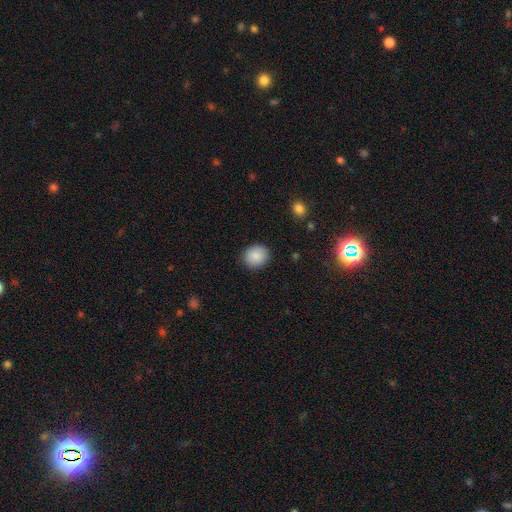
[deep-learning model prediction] smooth_or_featured: smooth (p=0.89) [alt: star or artifact p=0.07]
how_rounded: round (p=0.75) [alt: in between p=0.24]
merging: none (p=0.90) [alt: minor disturbance p=0.07]